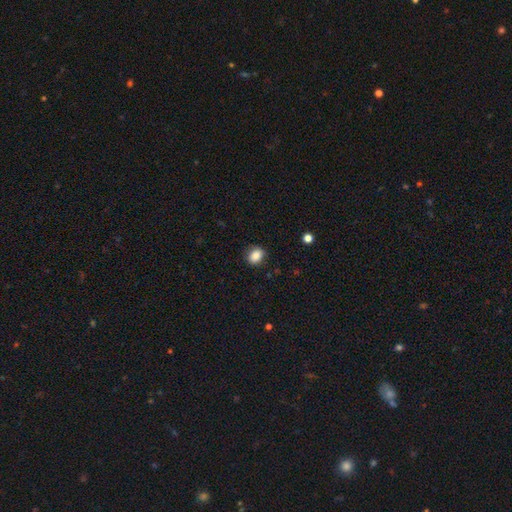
Smooth or featured: smooth — 92% (star or artifact — 5%)
How rounded: in between — 62% (round — 38%)
Merging: none — 91% (minor disturbance — 6%)